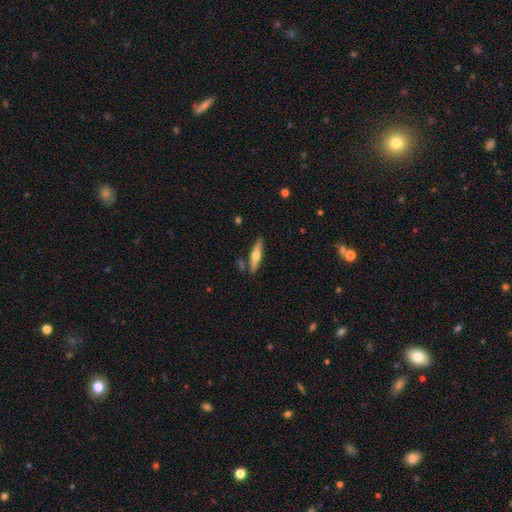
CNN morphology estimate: Smooth or featured: featured or disk — 55% (smooth — 39%)
Edge-on disk: yes — 94% (no — 6%)
Edge-on bulge: rounded — 93% (none — 4%)
Merging: none — 82% (minor disturbance — 10%)